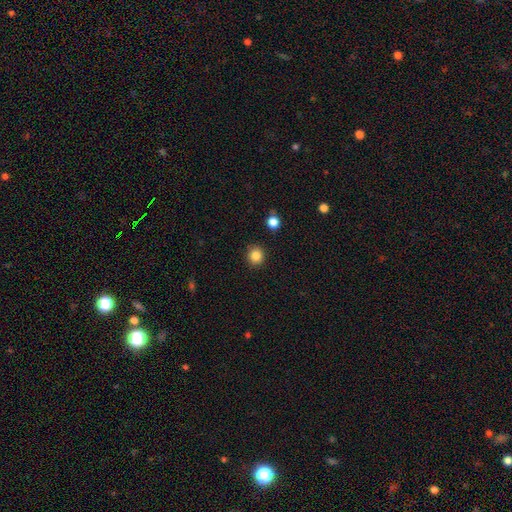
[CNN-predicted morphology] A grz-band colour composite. It shows a smooth galaxy with no disk features (85%) that is round (91%). Merging: none (91%).